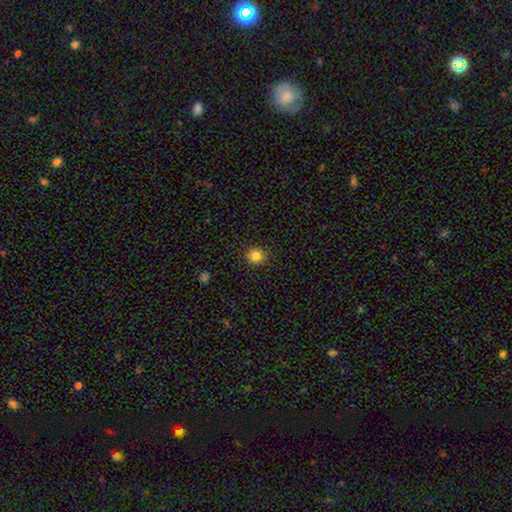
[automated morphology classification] This appears to be a smooth galaxy with no disk features (83%) that is round (92%). Merging: none (90%).